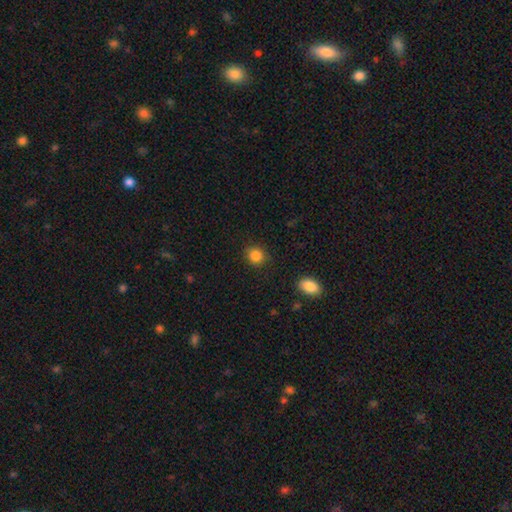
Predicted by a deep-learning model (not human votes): Smooth or featured? Predicted: smooth (p=0.86). How rounded? Predicted: round (p=0.81). Merging? Predicted: none (p=0.86).